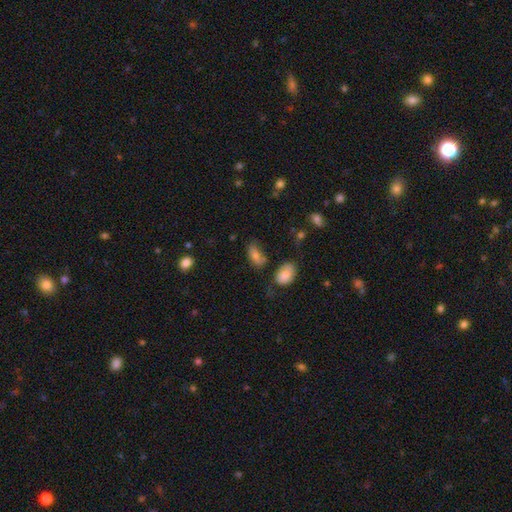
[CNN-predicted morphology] Smooth or featured? Predicted: smooth (p=0.71). How rounded? Predicted: in between (p=0.87). Merging? Predicted: none (p=0.53).